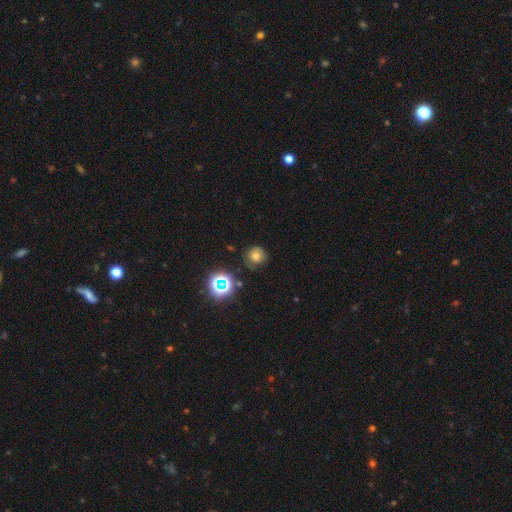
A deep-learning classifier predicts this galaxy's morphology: This appears to be a smooth galaxy with no disk features (63%) that is round (90%). Merging: none (79%).